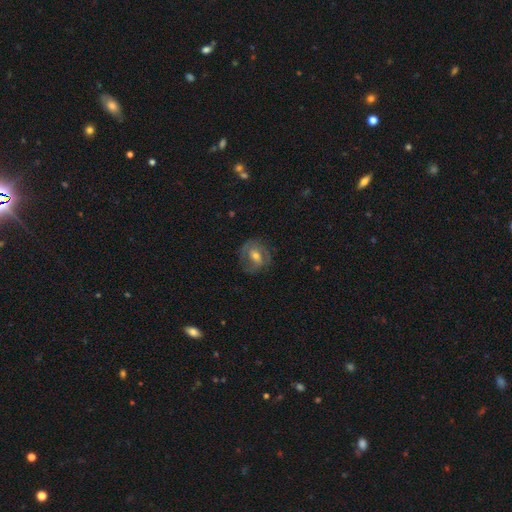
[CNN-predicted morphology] smooth_or_featured: featured or disk (p=0.62) [alt: smooth p=0.30]
disk_edge_on: no (p=0.96) [alt: yes p=0.04]
bar: weak (p=0.41) [tied with: no p=0.41]
has_spiral_arms: yes (p=0.73) [alt: no p=0.27]
bulge_size: moderate (p=0.60) [alt: small p=0.32]
merging: none (p=0.71) [alt: minor disturbance p=0.17]